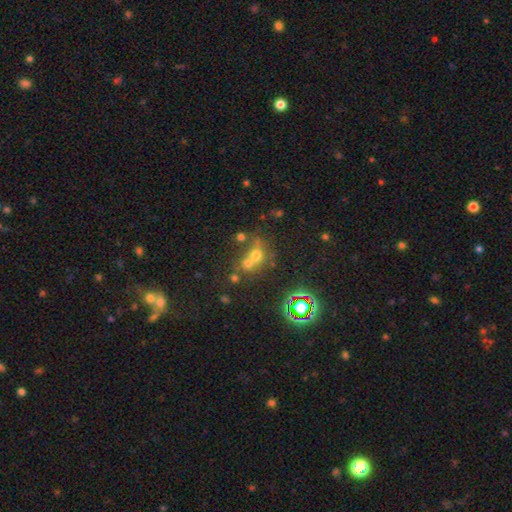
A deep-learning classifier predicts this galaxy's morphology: Q: Smooth or featured?
A: smooth (54%); runner-up: star or artifact (29%)
Q: How rounded?
A: round (71%); runner-up: in between (28%)
Q: Merging?
A: merger (51%); runner-up: none (35%)